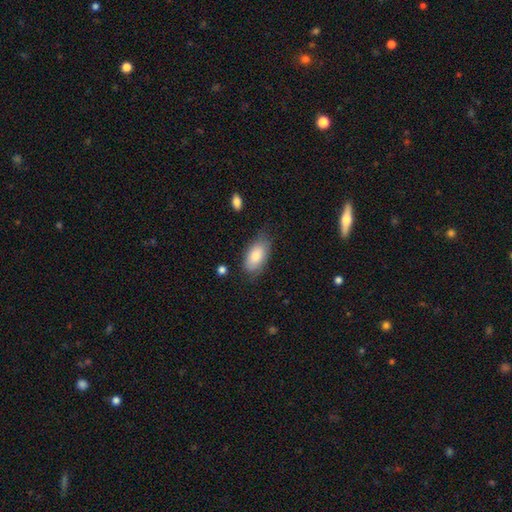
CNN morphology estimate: smooth-or-featured: smooth: 76% | featured or disk: 17% | star or artifact: 7%
  how-rounded: in between: 92% | round: 4% | cigar-shaped: 4%
  merging: none: 69% | minor disturbance: 24% | major disturbance: 6% | merger: 2%